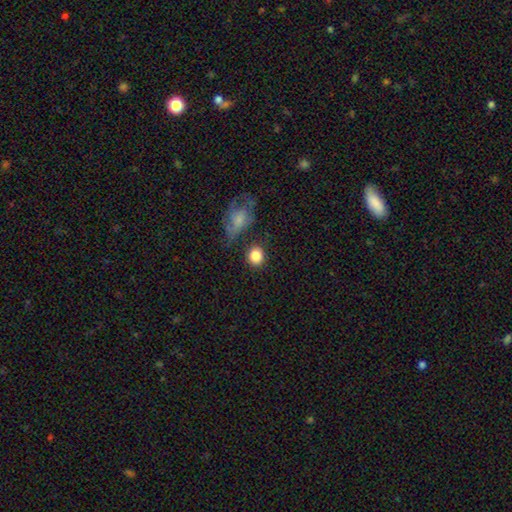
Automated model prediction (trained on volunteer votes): The model was most divided on "how rounded": round: 80%, in between: 19%, cigar-shaped: 1%. More confident: smooth or featured — smooth (86%); merging — none (75%).